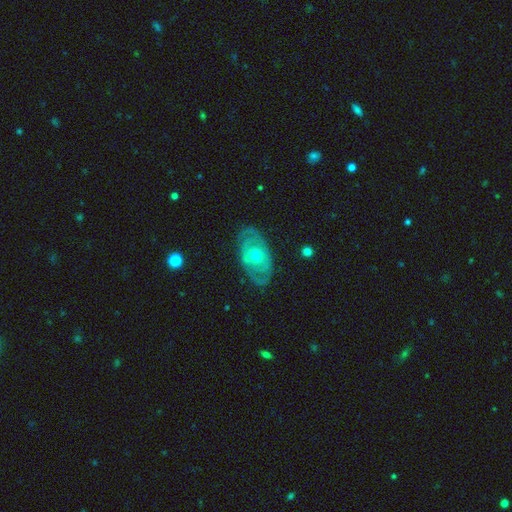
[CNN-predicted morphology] Q: Smooth or featured?
A: featured or disk (74%); runner-up: smooth (21%)
Q: Edge-on disk?
A: no (93%); runner-up: yes (7%)
Q: Bar?
A: no (80%); runner-up: weak (15%)
Q: Spiral arms?
A: yes (60%); runner-up: no (40%)
Q: Bulge size?
A: moderate (59%); runner-up: small (37%)
Q: Merging?
A: none (78%); runner-up: minor disturbance (15%)